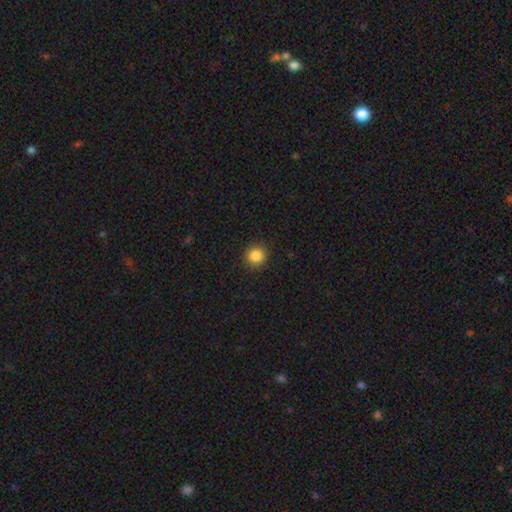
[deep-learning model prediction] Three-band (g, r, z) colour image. It shows a smooth galaxy with no disk features (86%) that is round (90%). Merging: none (91%).